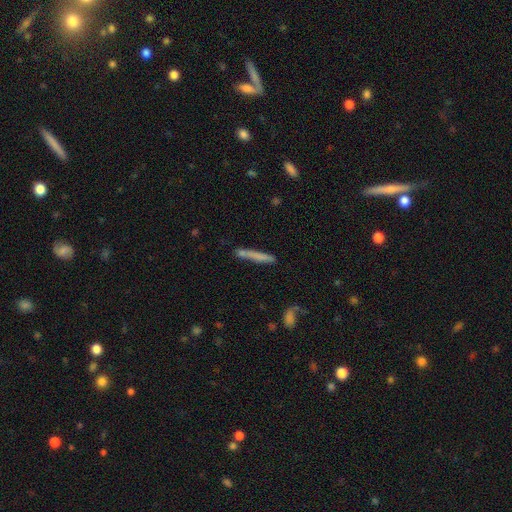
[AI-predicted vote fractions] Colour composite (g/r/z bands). It shows a smooth galaxy with no disk features (63%) that is cigar-shaped (95%). Merging: none (75%).